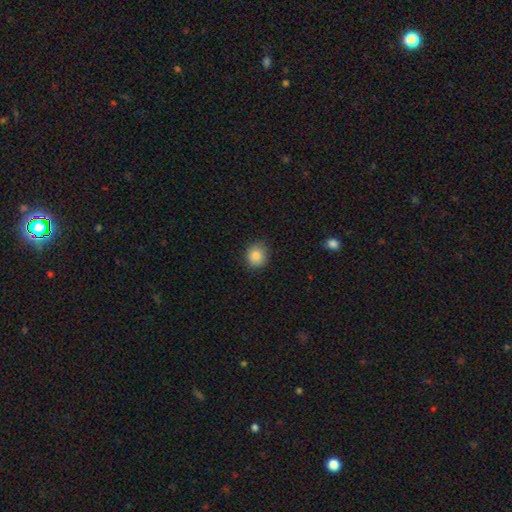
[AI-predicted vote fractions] This is clearly a smooth galaxy (86%). How rounded: clearly round (81%). Merging: clearly none (84%).